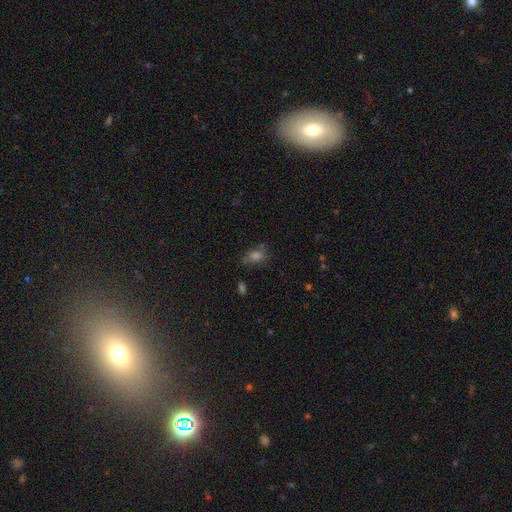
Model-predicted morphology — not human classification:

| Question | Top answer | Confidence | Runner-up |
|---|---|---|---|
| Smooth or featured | smooth | 55% | star or artifact (29%) |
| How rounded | in between | 72% | round (24%) |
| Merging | none | 64% | minor disturbance (22%) |